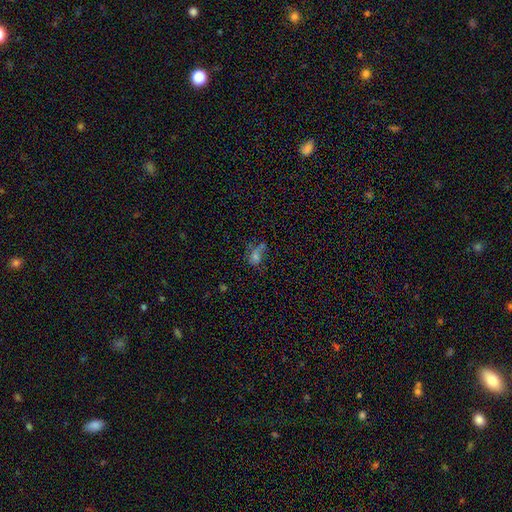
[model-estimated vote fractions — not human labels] smooth 44%, star or artifact 33%, featured or disk 23%. Down the decision tree: merging — none (40%).